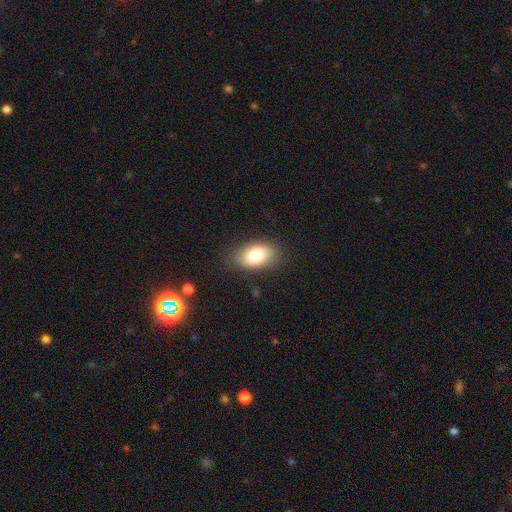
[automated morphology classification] Smooth or featured? smooth (79%)
How rounded? in between (90%)
Merging? none (80%)